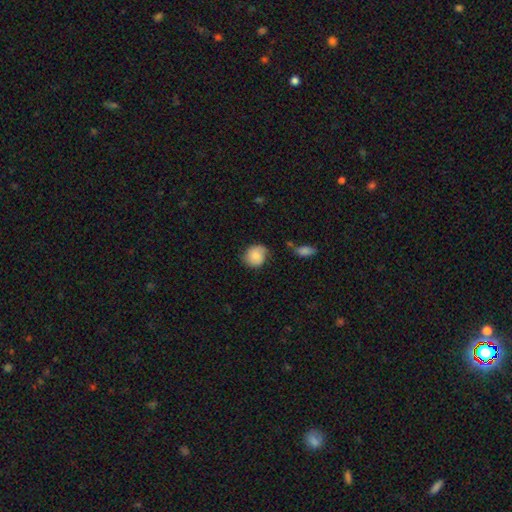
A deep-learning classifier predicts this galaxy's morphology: This is likely a smooth galaxy (76%). How rounded: likely round (78%). Merging: likely none (62%).